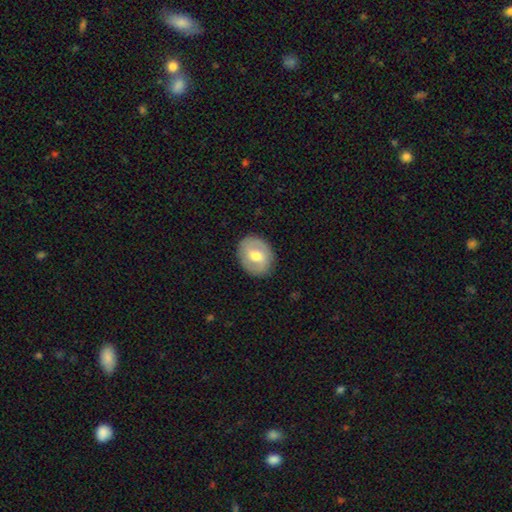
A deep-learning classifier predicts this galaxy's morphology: smooth_or_featured: featured or disk (p=0.52) [alt: smooth p=0.42]
disk_edge_on: no (p=0.95) [alt: yes p=0.05]
merging: none (p=0.86) [alt: minor disturbance p=0.10]